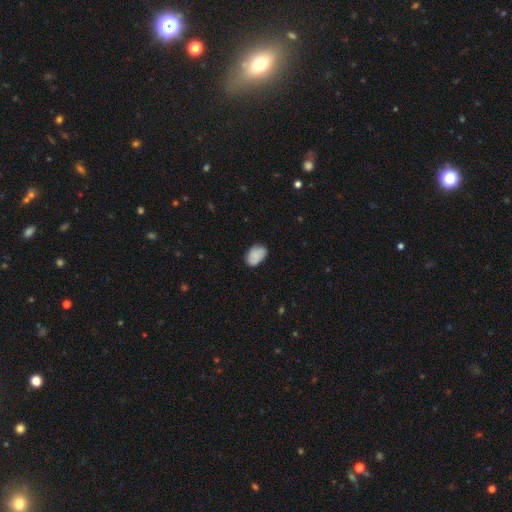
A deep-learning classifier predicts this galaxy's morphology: smooth_or_featured: smooth (p=0.82) [alt: featured or disk p=0.10]
how_rounded: in between (p=0.85) [alt: round p=0.14]
merging: none (p=0.77) [alt: minor disturbance p=0.19]